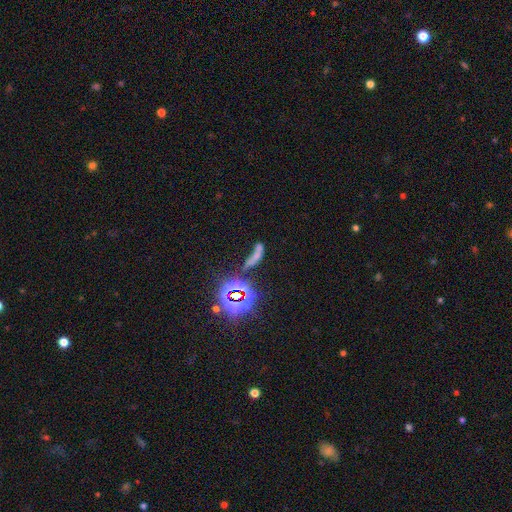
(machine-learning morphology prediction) Smooth or featured? Predicted: smooth (p=0.39). Merging? Predicted: merger (p=0.33).